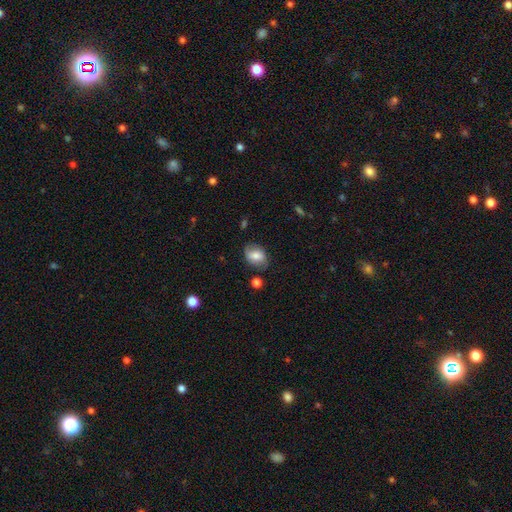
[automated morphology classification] smooth 59%, featured or disk 33%, star or artifact 9%. Down the decision tree: how rounded — in between (72%); merging — none (70%).